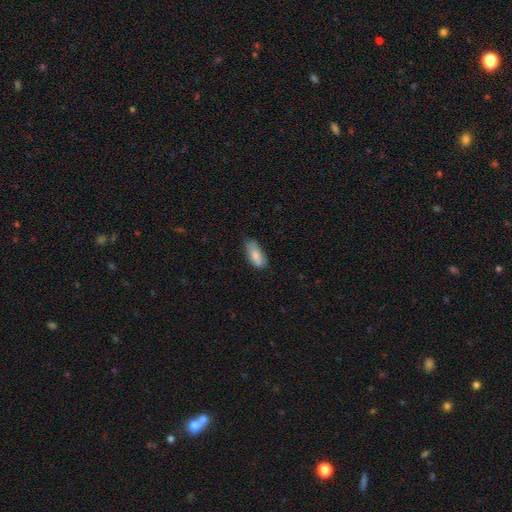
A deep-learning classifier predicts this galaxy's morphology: smooth-or-featured: smooth: 80% | featured or disk: 14% | star or artifact: 6%
  how-rounded: in between: 86% | cigar-shaped: 12% | round: 2%
  merging: none: 68% | minor disturbance: 26% | major disturbance: 5% | merger: 1%